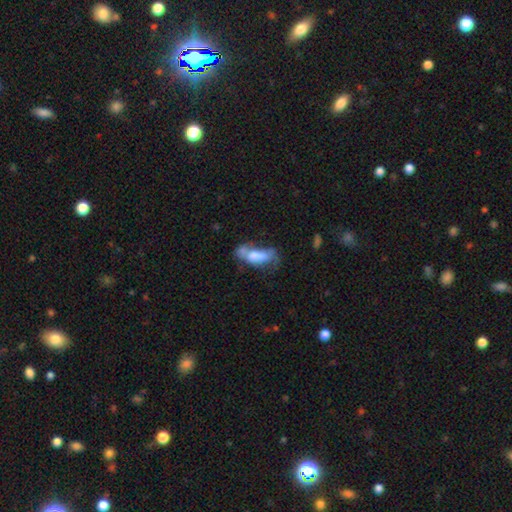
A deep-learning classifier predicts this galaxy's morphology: A smooth galaxy with no disk features (55%) that is in between round and cigar-shaped (74%).

Vote fractions:
- Smooth or featured? smooth: 55% / featured or disk: 36% / star or artifact: 9%
- How rounded? in between: 74% / cigar-shaped: 23% / round: 3%
- Merging? major disturbance: 30% / merger: 27% / none: 24% / minor disturbance: 19%